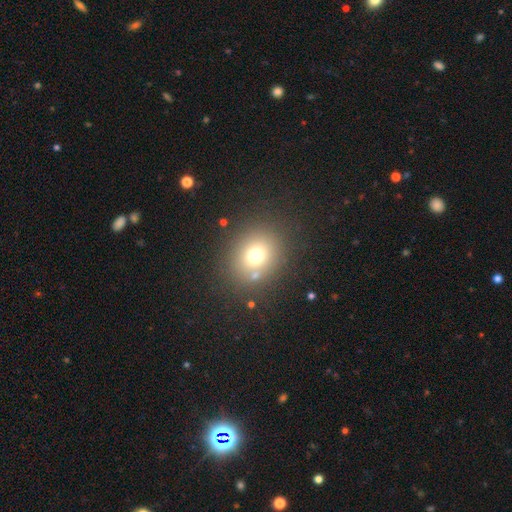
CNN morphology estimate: Overall: smooth (69%). How rounded: round (73%). Merging: none (79%).